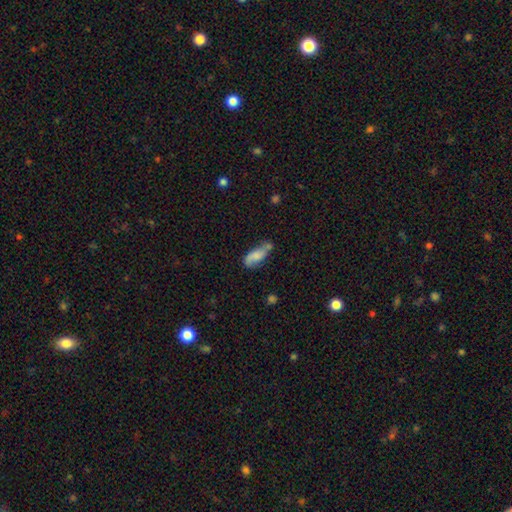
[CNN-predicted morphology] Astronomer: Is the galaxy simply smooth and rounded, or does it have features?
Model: smooth — 60%.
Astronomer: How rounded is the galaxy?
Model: in between — 75%.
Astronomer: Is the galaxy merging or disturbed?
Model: none — 43% (runner-up: minor disturbance, 28%).